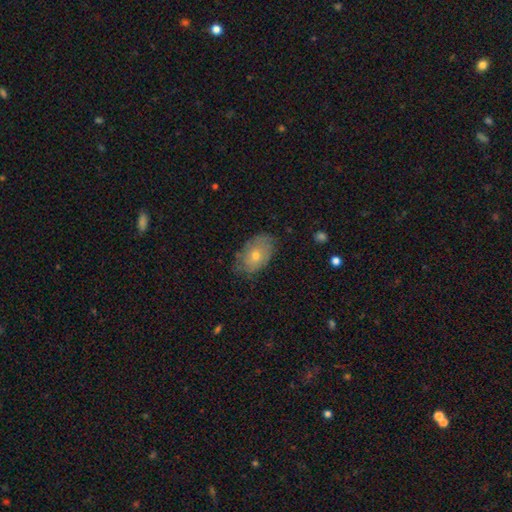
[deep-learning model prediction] Smooth or featured: smooth — 56% (featured or disk — 36%)
How rounded: in between — 88% (round — 10%)
Merging: none — 71% (minor disturbance — 23%)